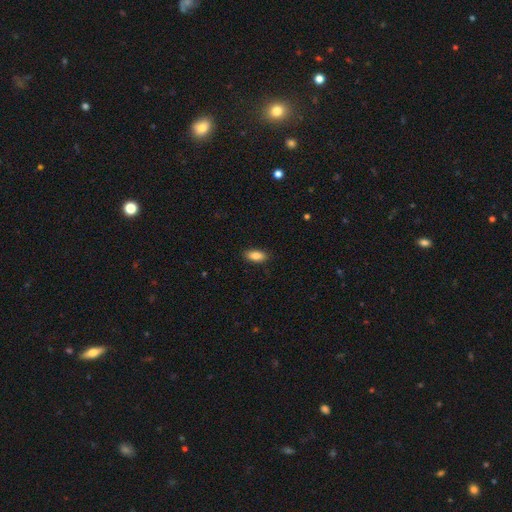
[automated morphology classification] type=smooth (86%); roundness=in between (88%); merging=none (88%).